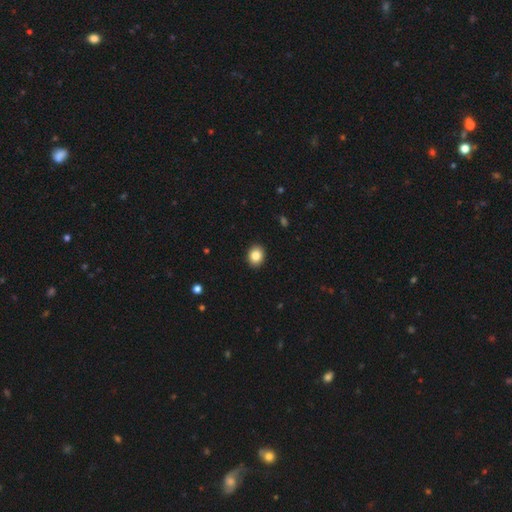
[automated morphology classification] A smooth galaxy with no disk features (85%) that is round (52%).

Vote fractions:
- Smooth or featured? smooth: 85% / star or artifact: 9% / featured or disk: 6%
- How rounded? round: 52% / in between: 47% / cigar-shaped: 1%
- Merging? none: 92% / minor disturbance: 6% / major disturbance: 2% / merger: 1%